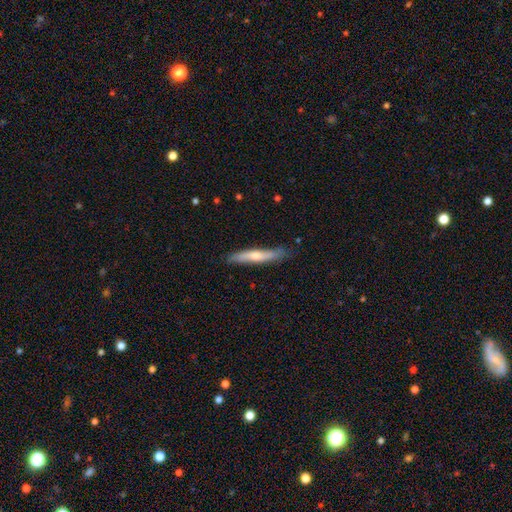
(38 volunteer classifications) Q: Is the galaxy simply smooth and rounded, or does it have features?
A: smooth — 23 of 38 (61%).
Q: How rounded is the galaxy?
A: cigar-shaped — 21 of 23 (91%).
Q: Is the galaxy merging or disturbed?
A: none — 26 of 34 (76%).